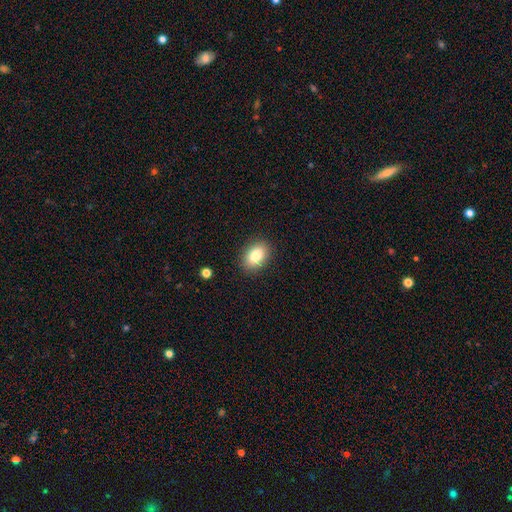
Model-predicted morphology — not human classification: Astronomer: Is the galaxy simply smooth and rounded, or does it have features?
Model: smooth — 84%.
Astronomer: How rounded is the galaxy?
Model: in between — 84%.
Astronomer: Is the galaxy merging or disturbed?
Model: none — 88%.